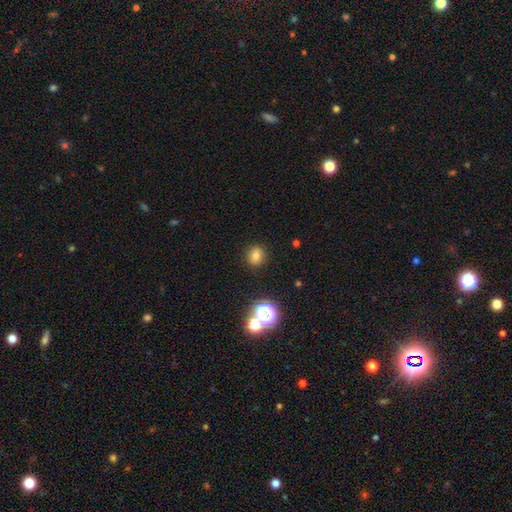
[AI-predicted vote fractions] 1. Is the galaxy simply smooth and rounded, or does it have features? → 75% smooth, 17% star or artifact, 8% featured or disk.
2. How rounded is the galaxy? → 81% round, 18% in between, 1% cigar-shaped.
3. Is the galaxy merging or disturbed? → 88% none, 7% minor disturbance, 2% major disturbance, 2% merger.